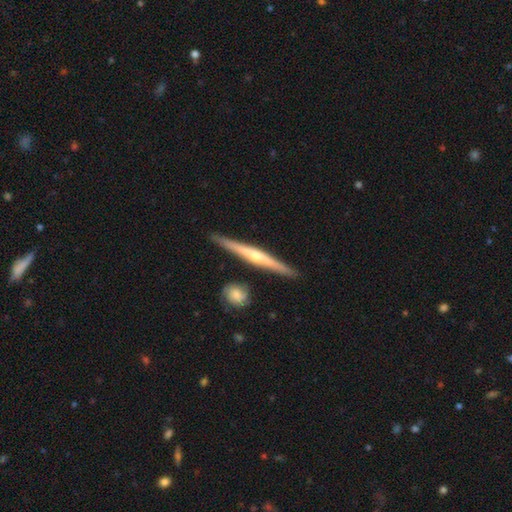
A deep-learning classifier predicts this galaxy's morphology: Q: Smooth or featured?
A: featured or disk (78%); runner-up: smooth (17%)
Q: Edge-on disk?
A: yes (98%); runner-up: no (2%)
Q: Edge-on bulge?
A: rounded (77%); runner-up: none (17%)
Q: Merging?
A: none (89%); runner-up: minor disturbance (7%)